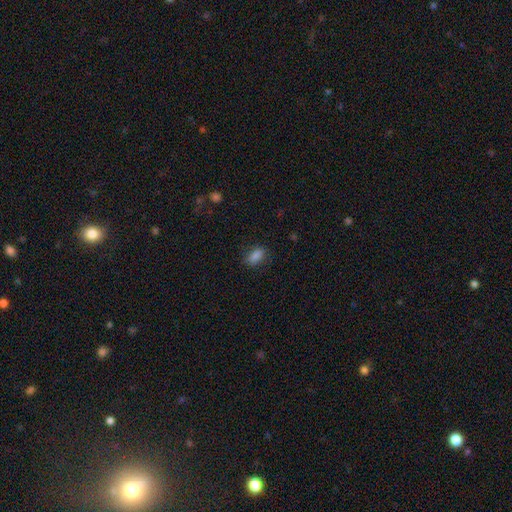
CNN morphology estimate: Smooth or featured? Predicted: smooth (p=0.85). How rounded? Predicted: in between (p=0.85). Merging? Predicted: none (p=0.81).